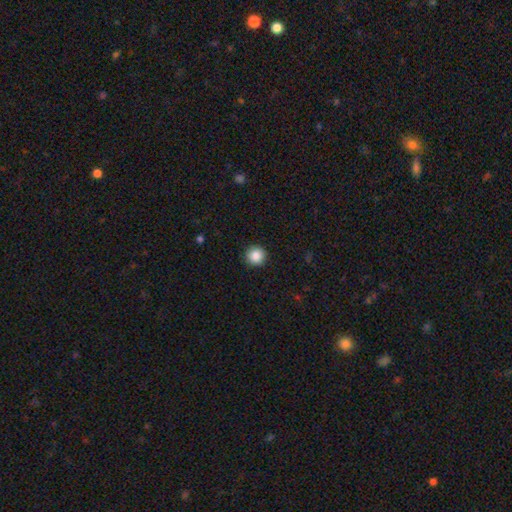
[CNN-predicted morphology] The model was most divided on "smooth or featured": smooth: 87%, star or artifact: 9%, featured or disk: 4%. More confident: how rounded — round (96%); merging — none (93%).